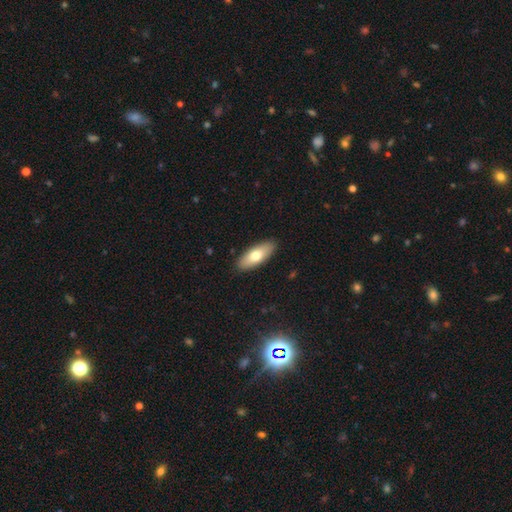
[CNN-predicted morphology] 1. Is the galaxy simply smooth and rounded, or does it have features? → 72% smooth, 23% featured or disk, 6% star or artifact.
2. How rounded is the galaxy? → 73% in between, 24% cigar-shaped, 2% round.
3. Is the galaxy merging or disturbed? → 89% none, 8% minor disturbance, 2% major disturbance, 1% merger.